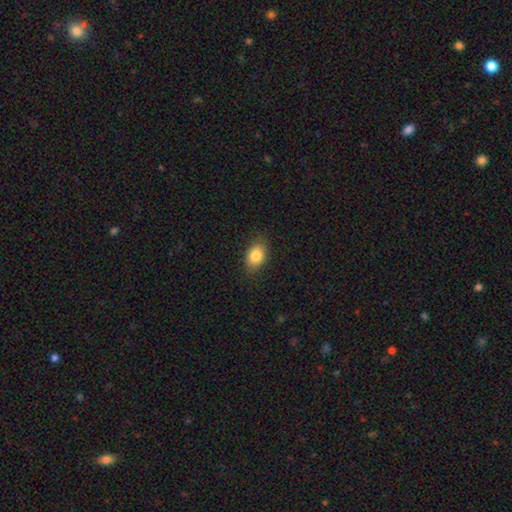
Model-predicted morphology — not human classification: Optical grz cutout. It shows a smooth galaxy with no disk features (84%) that is in between round and cigar-shaped (83%). Merging: none (85%).